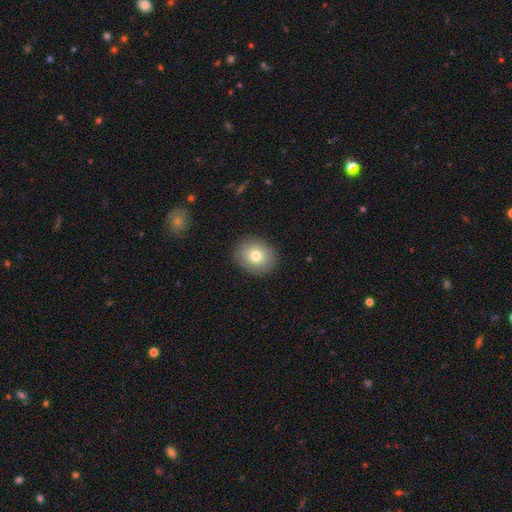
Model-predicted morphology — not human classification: smooth_or_featured: smooth (p=0.76) [alt: featured or disk p=0.14]
how_rounded: round (p=0.66) [alt: in between p=0.33]
merging: none (p=0.88) [alt: minor disturbance p=0.08]